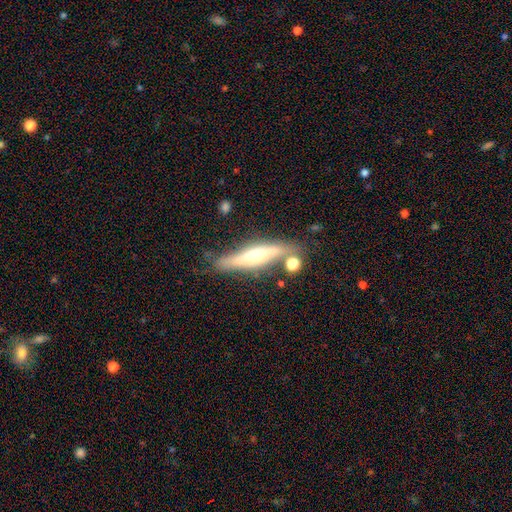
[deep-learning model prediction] Morphology: type=featured or disk (60%); edge-on=yes (85%); edge-on bulge=rounded (86%); merging=none (67%).